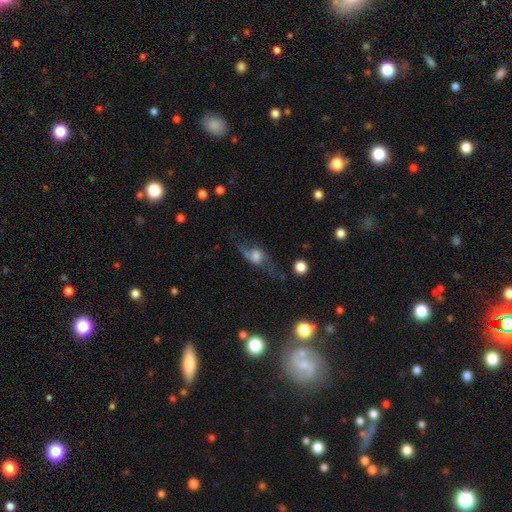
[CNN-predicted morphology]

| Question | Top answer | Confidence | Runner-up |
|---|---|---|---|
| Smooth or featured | featured or disk | 65% | smooth (24%) |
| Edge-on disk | no | 76% | yes (24%) |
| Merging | none | 47% | major disturbance (26%) |